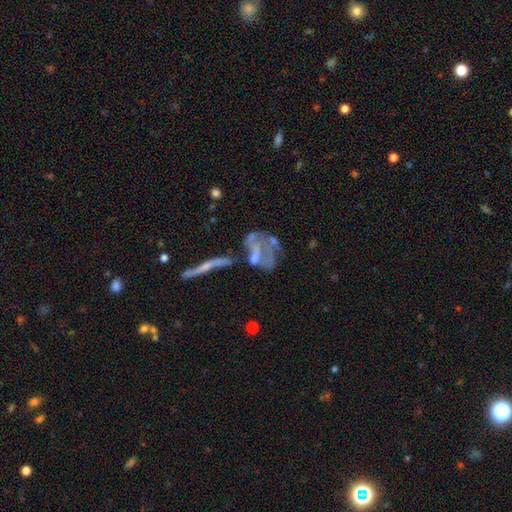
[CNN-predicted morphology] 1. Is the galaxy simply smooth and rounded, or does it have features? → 62% featured or disk, 24% smooth, 14% star or artifact.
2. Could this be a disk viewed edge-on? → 92% no, 8% yes.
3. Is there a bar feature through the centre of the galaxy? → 75% no, 18% weak, 7% strong.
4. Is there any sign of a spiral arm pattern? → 72% no, 28% yes.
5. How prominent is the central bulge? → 53% none, 23% small, 19% moderate, 3% large, 2% dominant.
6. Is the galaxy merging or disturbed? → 34% merger, 27% major disturbance, 26% none, 14% minor disturbance.